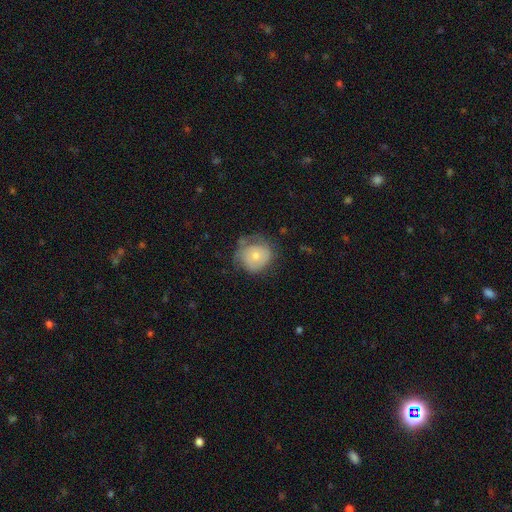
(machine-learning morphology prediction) A smooth galaxy with no disk features (56%) that is round (83%).

Vote fractions:
- Smooth or featured? smooth: 56% / featured or disk: 37% / star or artifact: 7%
- How rounded? round: 83% / in between: 16% / cigar-shaped: 1%
- Merging? none: 52% / minor disturbance: 30% / major disturbance: 15% / merger: 2%